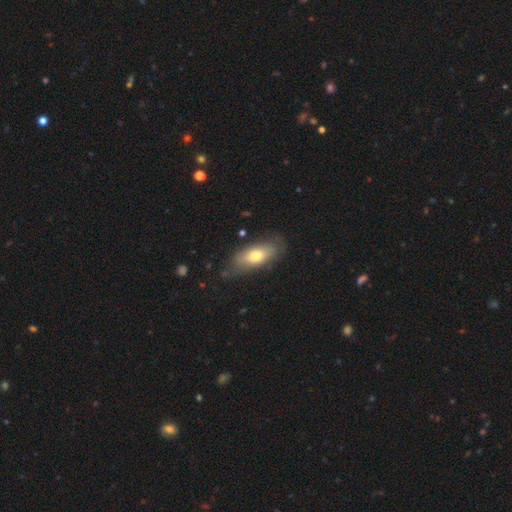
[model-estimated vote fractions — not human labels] A smooth galaxy with no disk features (69%) that is in between round and cigar-shaped (81%).

Vote fractions:
- Smooth or featured? smooth: 69% / featured or disk: 25% / star or artifact: 6%
- How rounded? in between: 81% / cigar-shaped: 16% / round: 3%
- Merging? none: 75% / minor disturbance: 18% / major disturbance: 5% / merger: 2%